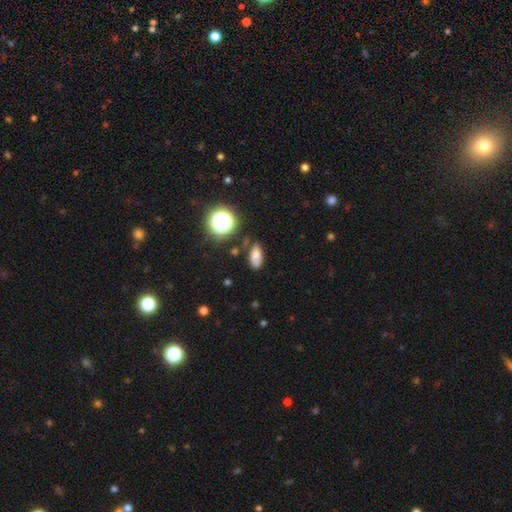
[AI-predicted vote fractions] This is likely a smooth galaxy (70%). How rounded: clearly in between (85%). Merging: likely none (70%).